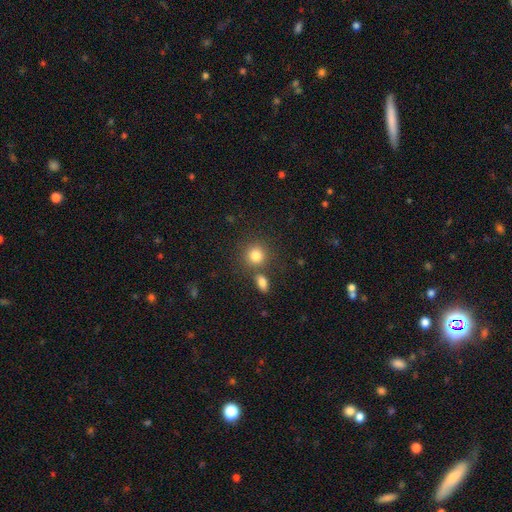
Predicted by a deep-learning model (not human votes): Smooth or featured? smooth (83%)
How rounded? round (84%)
Merging? none (68%)